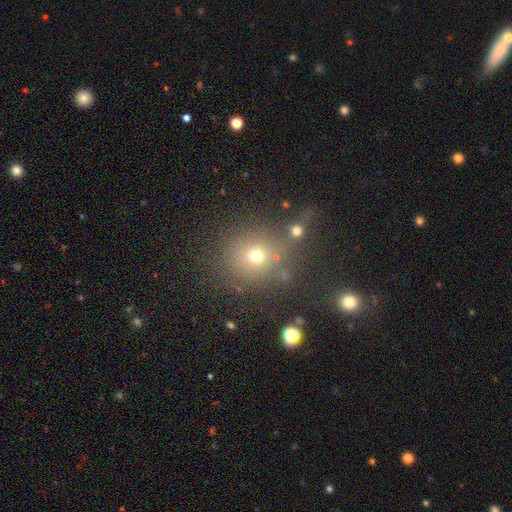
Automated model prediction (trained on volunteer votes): Morphology: type=smooth (66%); roundness=round (82%); merging=none (67%).